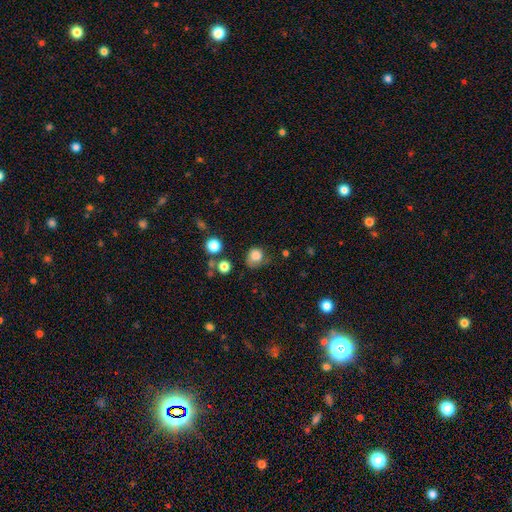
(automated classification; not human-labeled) smooth 82%, star or artifact 11%, featured or disk 8%. Down the decision tree: how rounded — round (73%); merging — none (51%).